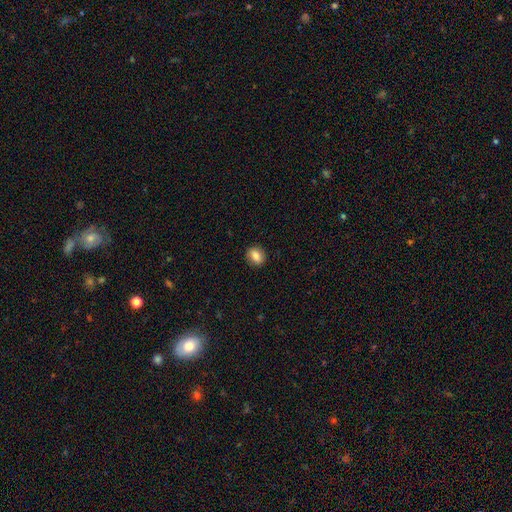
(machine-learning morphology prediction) A smooth galaxy with no disk features (81%) that is round (51%). Merging: none (89%).